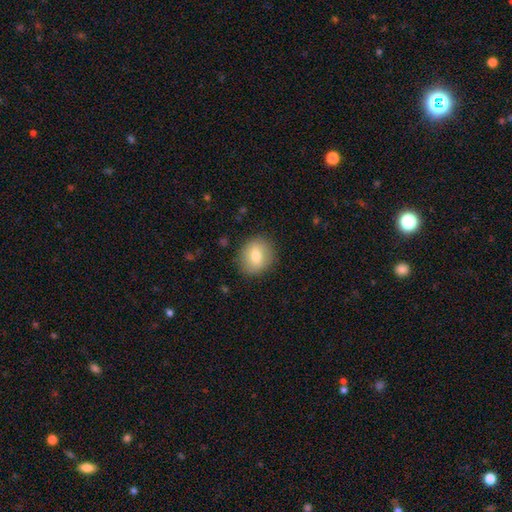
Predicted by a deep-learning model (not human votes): Overall: smooth (74%). How rounded: round (73%). Merging: none (87%).